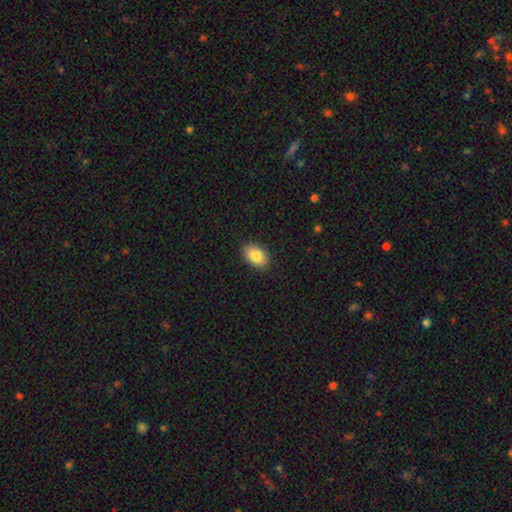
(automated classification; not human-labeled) A smooth galaxy with no disk features (85%) that is in between round and cigar-shaped (90%).

Vote fractions:
- Smooth or featured? smooth: 85% / featured or disk: 8% / star or artifact: 7%
- How rounded? in between: 90% / round: 9% / cigar-shaped: 1%
- Merging? none: 89% / minor disturbance: 8% / major disturbance: 2% / merger: 1%